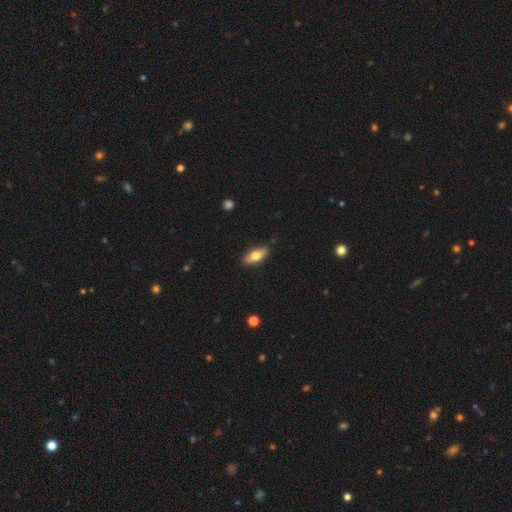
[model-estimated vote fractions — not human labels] Smooth or featured: smooth — 67% (featured or disk — 28%)
How rounded: in between — 75% (cigar-shaped — 22%)
Merging: none — 87% (minor disturbance — 10%)